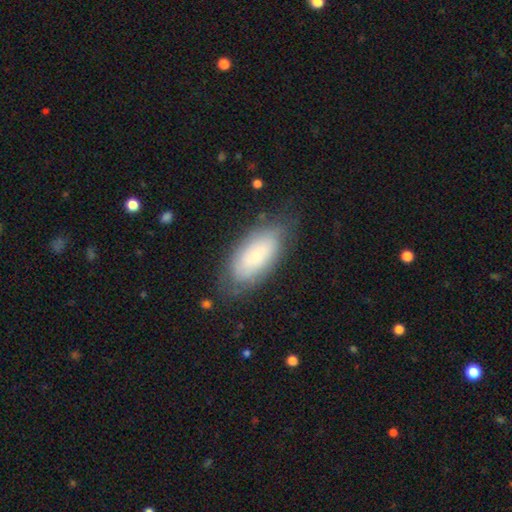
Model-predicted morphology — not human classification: smooth 61%, featured or disk 31%, star or artifact 7%. Down the decision tree: how rounded — in between (91%); merging — none (71%).